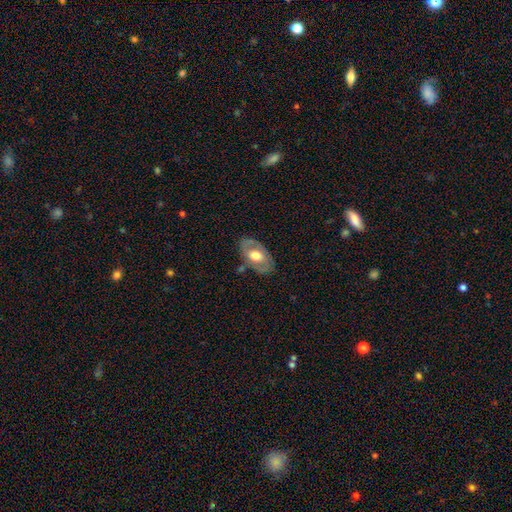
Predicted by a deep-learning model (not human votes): A featured or disk galaxy (53%).

Vote fractions:
- Smooth or featured? featured or disk: 53% / smooth: 42% / star or artifact: 5%
- Edge-on disk? no: 89% / yes: 11%
- Merging? none: 75% / minor disturbance: 17% / major disturbance: 5% / merger: 3%